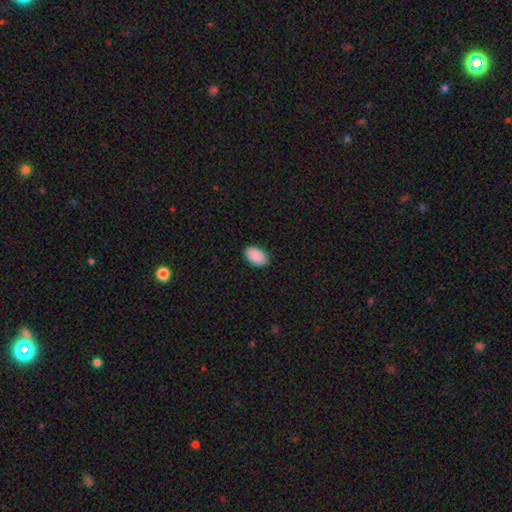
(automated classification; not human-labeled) This appears to be a smooth galaxy with no disk features (91%) that is in between round and cigar-shaped (94%). Merging: none (89%).